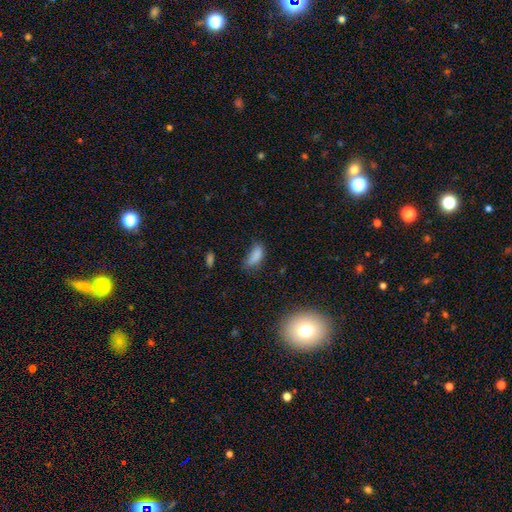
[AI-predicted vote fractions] Smooth or featured? Predicted: smooth (p=0.81). How rounded? Predicted: in between (p=0.79). Merging? Predicted: none (p=0.46).